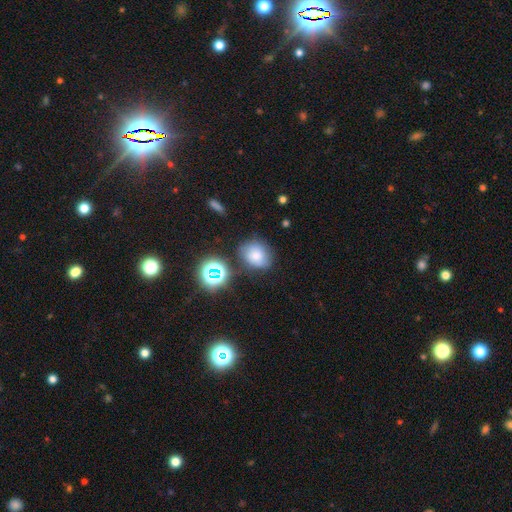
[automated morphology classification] Smooth or featured? smooth (70%)
How rounded? round (55%)
Merging? none (71%)